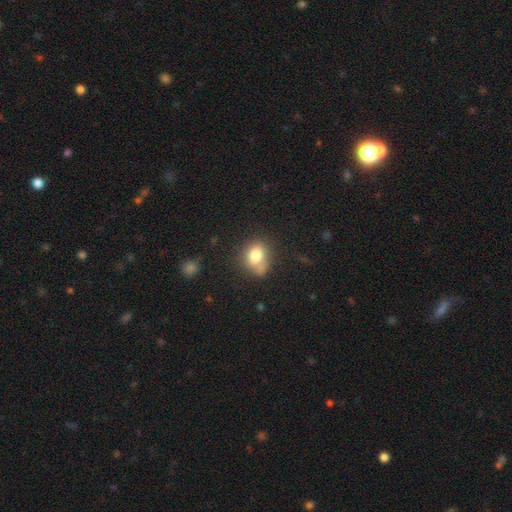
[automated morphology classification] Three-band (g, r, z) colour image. It shows a smooth galaxy with no disk features (77%) that is round (51%). Merging: none (49%).